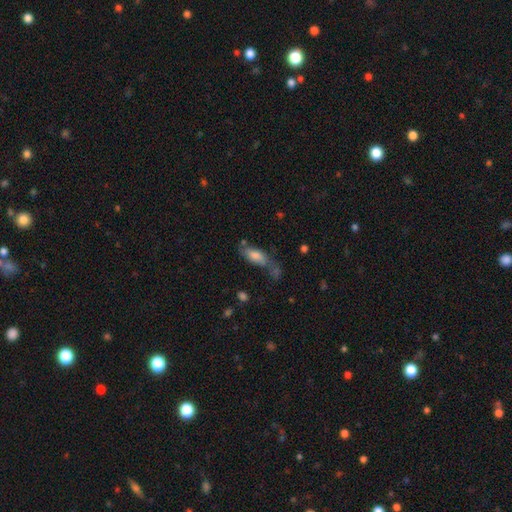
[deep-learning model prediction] Overall: smooth (69%). How rounded: in between (80%). Merging: none (41%; minor disturbance 23%).